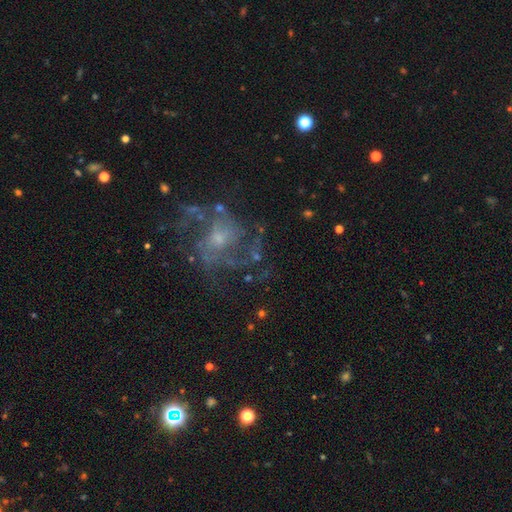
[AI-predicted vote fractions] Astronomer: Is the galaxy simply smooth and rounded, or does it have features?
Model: featured or disk — 75%.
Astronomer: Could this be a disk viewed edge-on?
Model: no — 98%.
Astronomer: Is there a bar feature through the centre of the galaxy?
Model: no — 62%.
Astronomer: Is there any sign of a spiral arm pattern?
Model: yes — 82%.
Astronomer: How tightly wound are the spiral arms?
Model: medium — 46% (runner-up: loose, 34%).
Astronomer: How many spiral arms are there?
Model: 2 — 33% (runner-up: can't tell, 27%).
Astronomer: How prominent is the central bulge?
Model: small — 55% (runner-up: moderate, 31%).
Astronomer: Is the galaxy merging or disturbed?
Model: none — 54%.